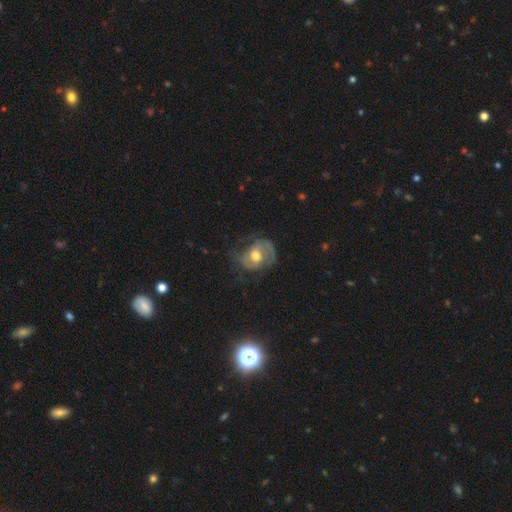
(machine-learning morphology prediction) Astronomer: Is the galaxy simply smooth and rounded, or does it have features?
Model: featured or disk — 59%.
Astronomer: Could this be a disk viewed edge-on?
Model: no — 96%.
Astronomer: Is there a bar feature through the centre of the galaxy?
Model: no — 63%.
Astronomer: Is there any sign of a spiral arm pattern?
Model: yes — 71%.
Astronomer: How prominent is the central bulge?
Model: moderate — 74%.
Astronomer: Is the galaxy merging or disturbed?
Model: none — 47% (runner-up: minor disturbance, 26%).